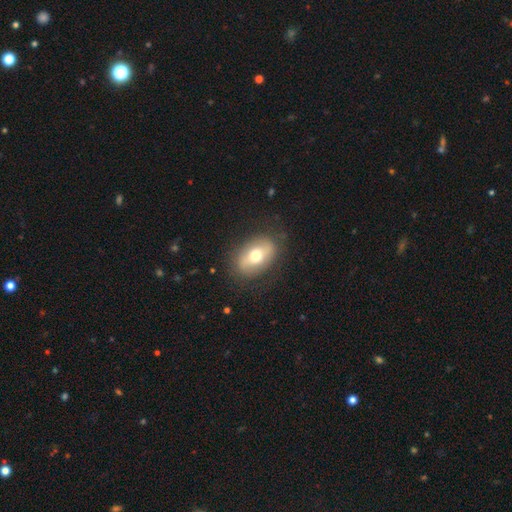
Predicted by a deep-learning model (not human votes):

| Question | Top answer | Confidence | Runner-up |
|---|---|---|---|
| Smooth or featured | smooth | 59% | featured or disk (34%) |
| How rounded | in between | 82% | round (16%) |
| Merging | none | 81% | minor disturbance (13%) |